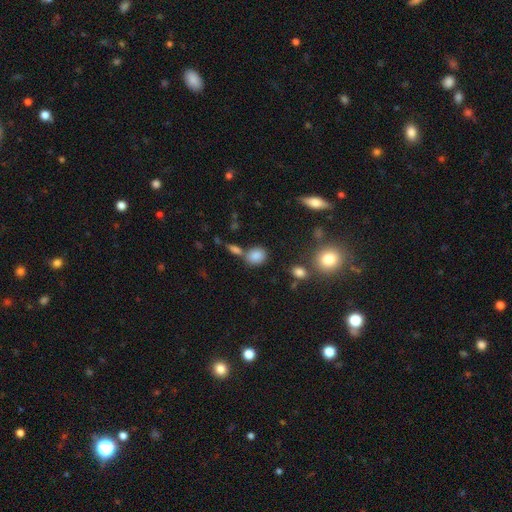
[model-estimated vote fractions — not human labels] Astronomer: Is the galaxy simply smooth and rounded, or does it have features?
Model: smooth — 83%.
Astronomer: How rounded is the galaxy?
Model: round — 50% (runner-up: in between, 48%).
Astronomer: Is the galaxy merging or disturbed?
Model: none — 63%.